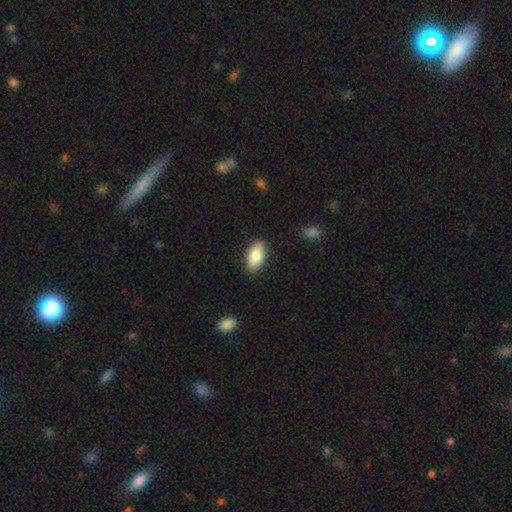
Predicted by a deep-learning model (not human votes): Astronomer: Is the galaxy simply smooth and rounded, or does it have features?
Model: smooth — 83%.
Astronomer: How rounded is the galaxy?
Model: in between — 89%.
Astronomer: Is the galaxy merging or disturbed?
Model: none — 88%.